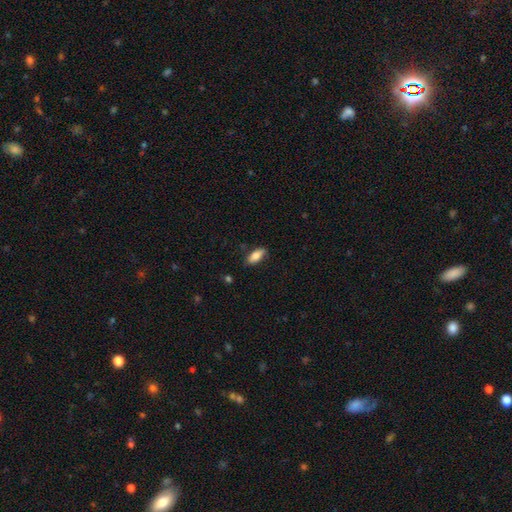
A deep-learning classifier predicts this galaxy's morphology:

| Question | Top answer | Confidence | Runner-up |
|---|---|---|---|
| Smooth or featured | smooth | 82% | featured or disk (11%) |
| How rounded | in between | 82% | cigar-shaped (15%) |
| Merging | none | 81% | minor disturbance (15%) |